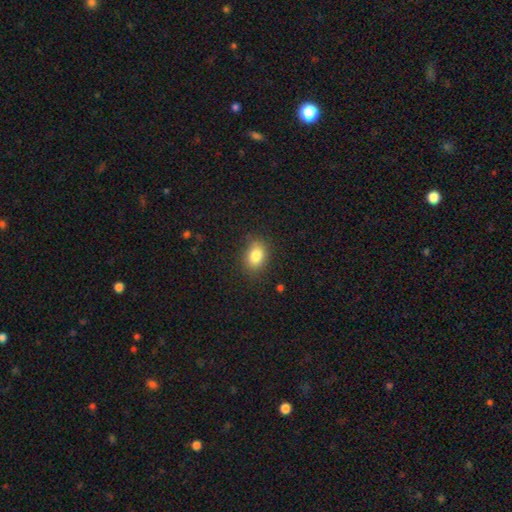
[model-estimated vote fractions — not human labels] smooth_or_featured: smooth (p=0.83) [alt: star or artifact p=0.09]
how_rounded: in between (p=0.71) [alt: round p=0.28]
merging: none (p=0.80) [alt: minor disturbance p=0.15]